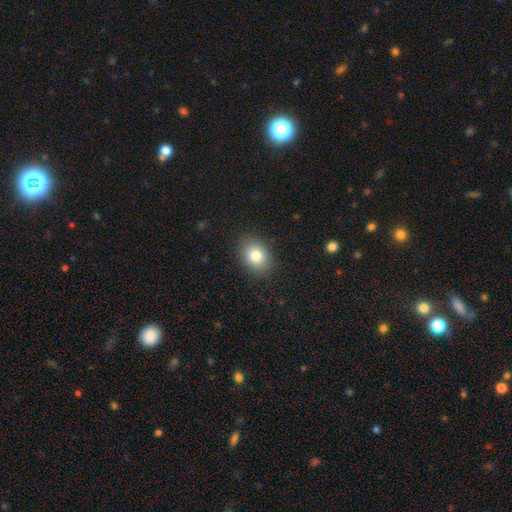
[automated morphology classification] type=smooth (82%); roundness=in between (68%); merging=none (87%).